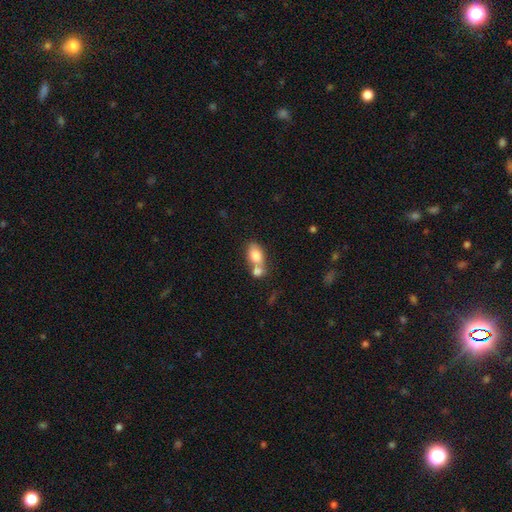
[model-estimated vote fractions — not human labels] A smooth galaxy with no disk features (79%) that is in between round and cigar-shaped (80%).

Vote fractions:
- Smooth or featured? smooth: 79% / featured or disk: 13% / star or artifact: 8%
- How rounded? in between: 80% / round: 18% / cigar-shaped: 3%
- Merging? merger: 56% / none: 30% / minor disturbance: 10% / major disturbance: 5%